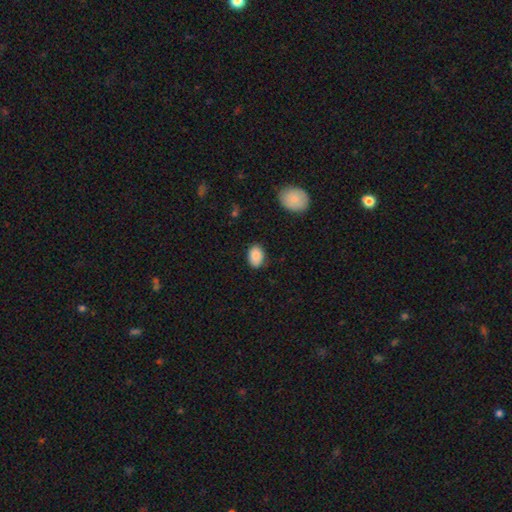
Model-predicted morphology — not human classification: smooth-or-featured: smooth: 89% | star or artifact: 7% | featured or disk: 4%
  how-rounded: in between: 80% | round: 19% | cigar-shaped: 1%
  merging: none: 84% | minor disturbance: 12% | major disturbance: 3% | merger: 1%